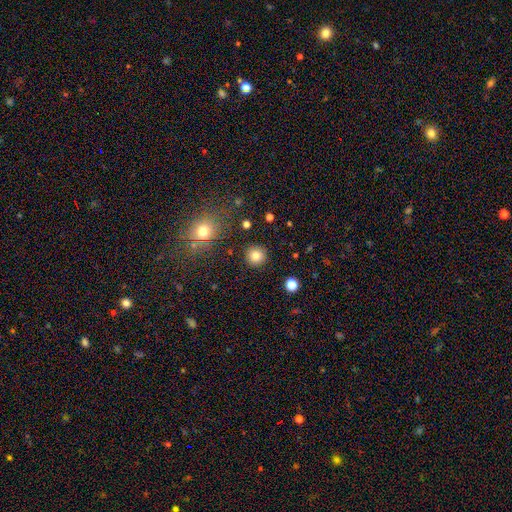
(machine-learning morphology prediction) Smooth or featured?
  - smooth: 82% *
  - star or artifact: 12%
  - featured or disk: 6%
How rounded?
  - round: 95% *
  - in between: 4%
  - cigar-shaped: 1%
Merging?
  - none: 91% *
  - minor disturbance: 5%
  - major disturbance: 2%
  - merger: 1%